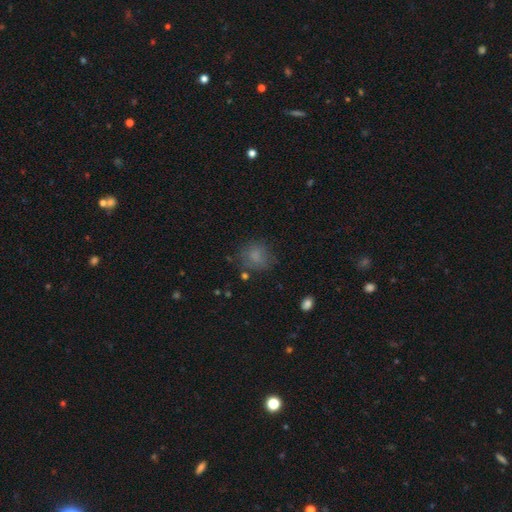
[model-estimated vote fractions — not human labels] smooth-or-featured: smooth: 74% | featured or disk: 14% | star or artifact: 12%
  how-rounded: round: 74% | in between: 25% | cigar-shaped: 1%
  merging: none: 64% | minor disturbance: 21% | major disturbance: 11% | merger: 4%